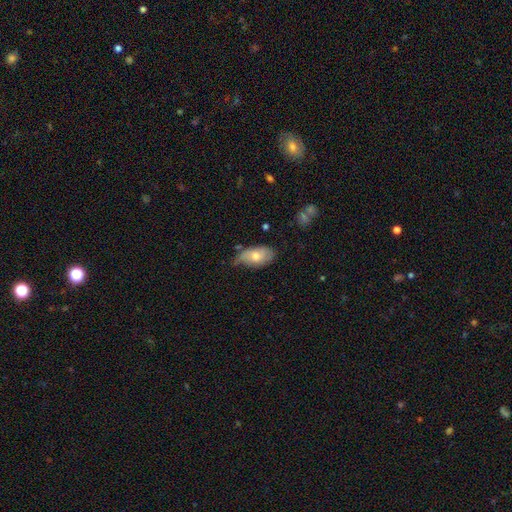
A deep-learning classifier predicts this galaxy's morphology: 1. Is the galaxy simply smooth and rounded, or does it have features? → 65% smooth, 28% featured or disk, 7% star or artifact.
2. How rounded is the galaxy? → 92% in between, 4% round, 4% cigar-shaped.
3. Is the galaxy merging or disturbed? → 46% none, 41% minor disturbance, 10% major disturbance, 3% merger.